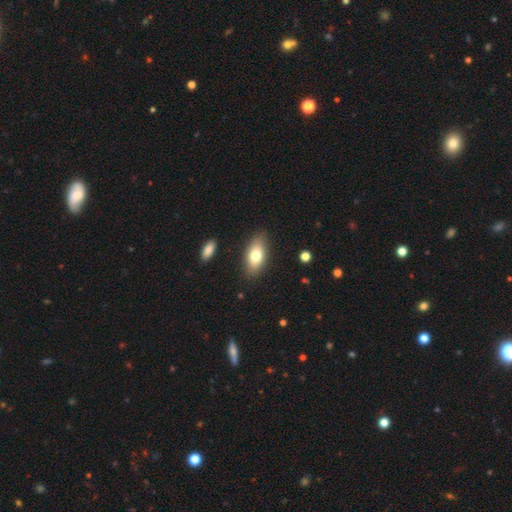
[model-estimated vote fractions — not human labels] Smooth or featured? smooth (74%)
How rounded? in between (88%)
Merging? none (84%)